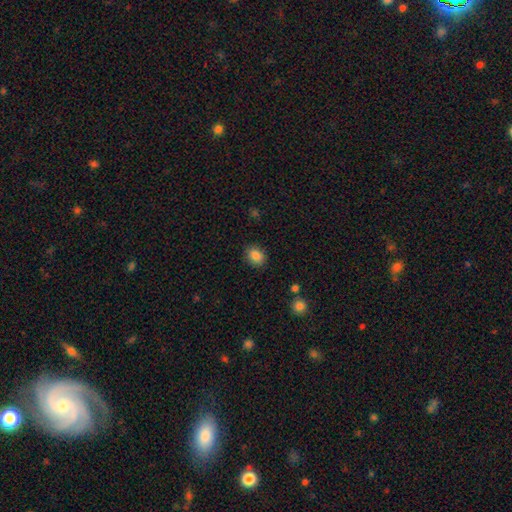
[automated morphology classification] Smooth or featured?
  - smooth: 85% *
  - star or artifact: 9%
  - featured or disk: 5%
How rounded?
  - round: 55% *
  - in between: 45%
  - cigar-shaped: 1%
Merging?
  - none: 88% *
  - minor disturbance: 8%
  - major disturbance: 2%
  - merger: 1%